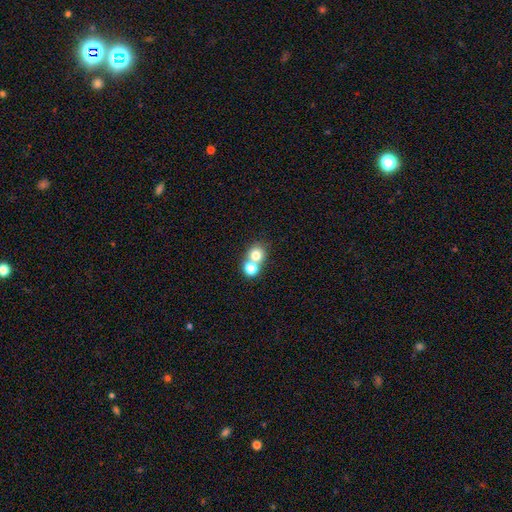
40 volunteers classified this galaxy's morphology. Q: Smooth or featured?
A: smooth (80%); runner-up: featured or disk (10%)
Q: How rounded?
A: round (97%); runner-up: in between (3%)
Q: Merging?
A: merger (58%); runner-up: none (39%)